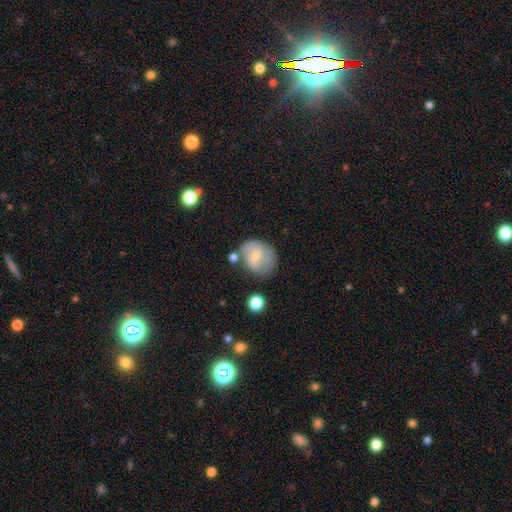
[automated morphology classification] The model was most divided on "how rounded": round: 53%, in between: 46%, cigar-shaped: 1%. More confident: smooth or featured — smooth (57%); merging — none (53%).